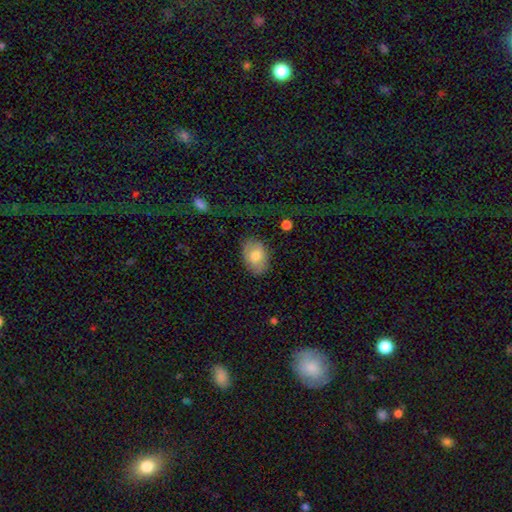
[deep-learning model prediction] A smooth galaxy with no disk features (72%) that is in between round and cigar-shaped (83%). Merging: none (80%).